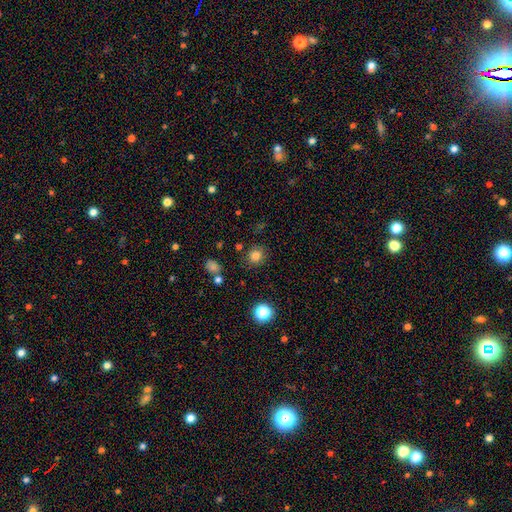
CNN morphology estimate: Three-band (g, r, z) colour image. It shows a smooth galaxy with no disk features (80%) that is round (87%). Merging: none (86%).